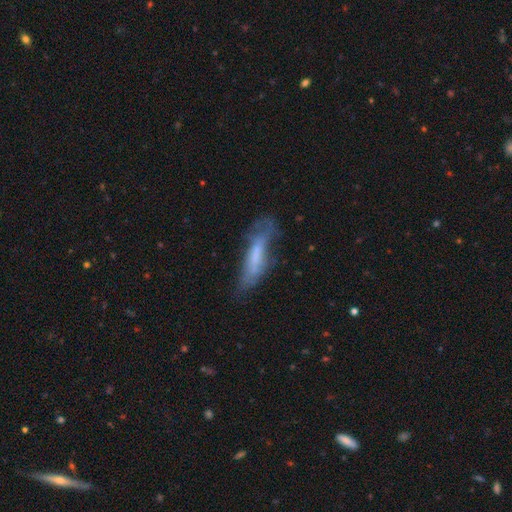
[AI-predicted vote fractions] A smooth galaxy with no disk features (51%) that is cigar-shaped (69%).

Vote fractions:
- Smooth or featured? smooth: 51% / featured or disk: 41% / star or artifact: 9%
- How rounded? cigar-shaped: 69% / in between: 30% / round: 1%
- Merging? none: 48% / minor disturbance: 30% / major disturbance: 19% / merger: 3%